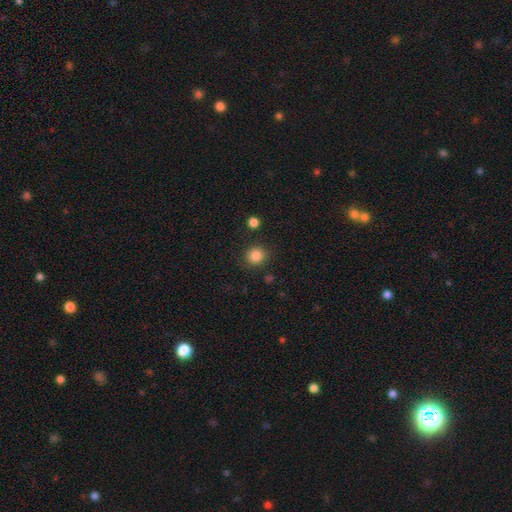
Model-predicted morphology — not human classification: smooth_or_featured: smooth (p=0.85) [alt: star or artifact p=0.11]
how_rounded: round (p=0.85) [alt: in between p=0.14]
merging: none (p=0.84) [alt: minor disturbance p=0.09]